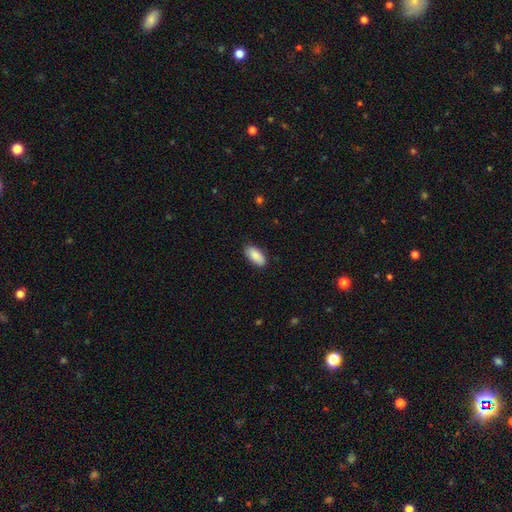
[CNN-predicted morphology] The model was most divided on "merging": none: 85%, minor disturbance: 12%, major disturbance: 2%, merger: 1%. More confident: how rounded — in between (90%); smooth or featured — smooth (88%).